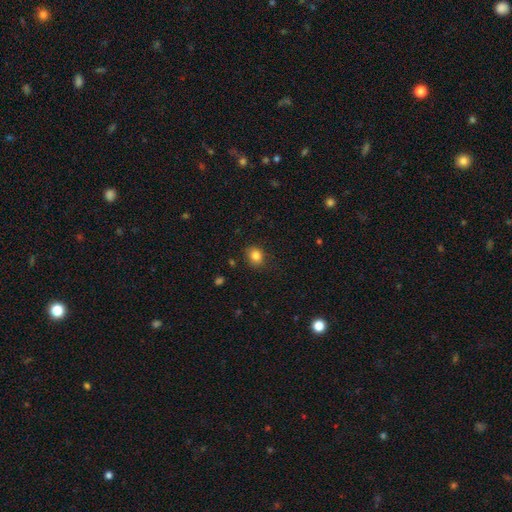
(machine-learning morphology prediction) Smooth or featured: smooth — 84% (star or artifact — 11%)
How rounded: round — 63% (in between — 36%)
Merging: none — 82% (minor disturbance — 13%)